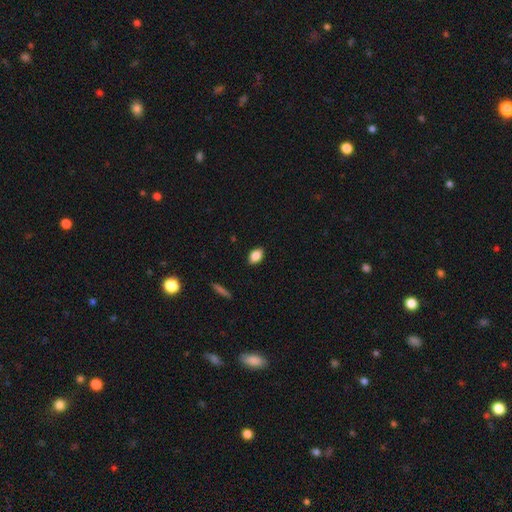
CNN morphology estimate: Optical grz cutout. It shows a smooth galaxy with no disk features (85%) that is in between round and cigar-shaped (86%). Merging: none (88%).